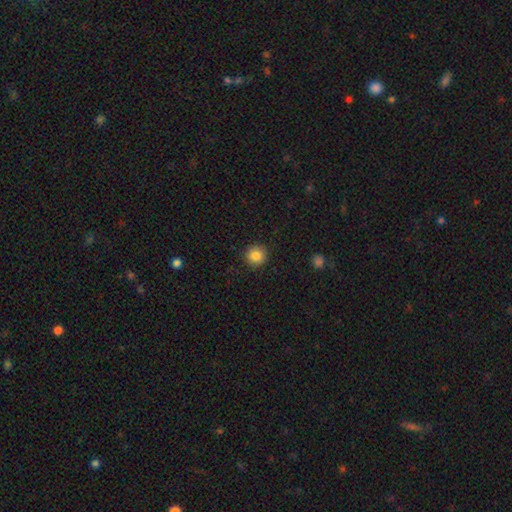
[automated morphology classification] A smooth galaxy with no disk features (85%) that is round (92%). Merging: none (90%).